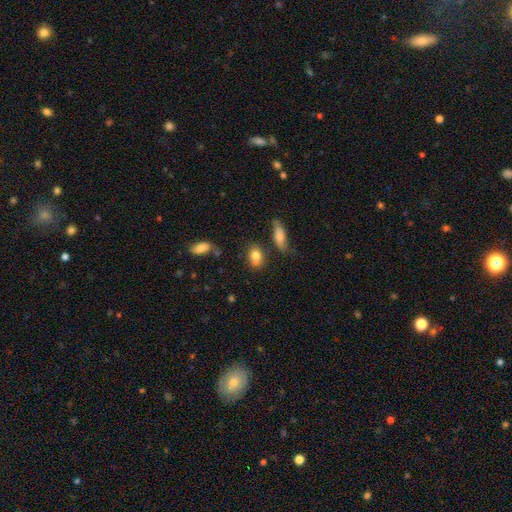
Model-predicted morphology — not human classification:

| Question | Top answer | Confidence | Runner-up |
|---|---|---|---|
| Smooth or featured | smooth | 79% | featured or disk (12%) |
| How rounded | in between | 73% | round (24%) |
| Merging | none | 61% | minor disturbance (22%) |